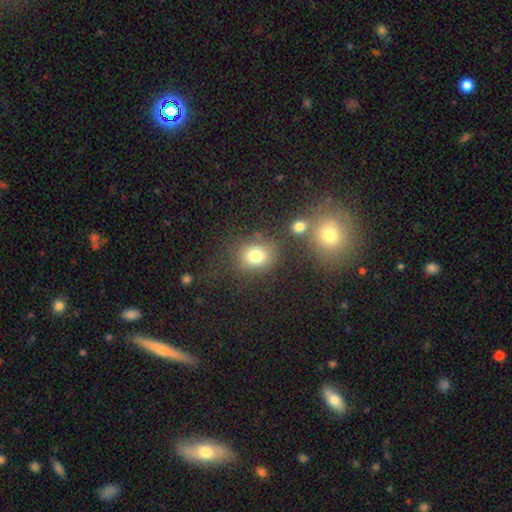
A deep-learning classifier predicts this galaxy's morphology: Q: Smooth or featured?
A: smooth (77%); runner-up: star or artifact (14%)
Q: How rounded?
A: round (65%); runner-up: in between (34%)
Q: Merging?
A: none (68%); runner-up: minor disturbance (14%)